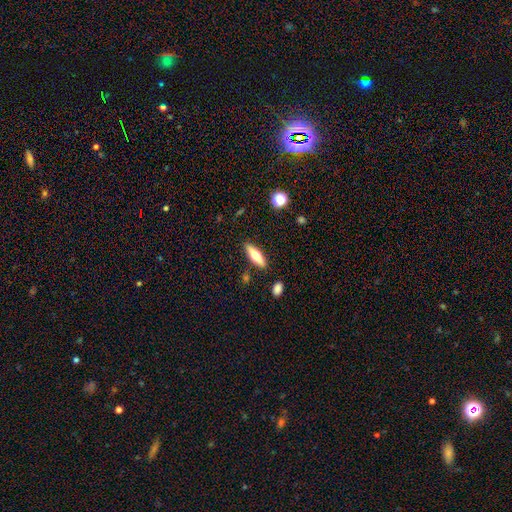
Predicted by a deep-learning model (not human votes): Smooth or featured? Predicted: smooth (p=0.58). How rounded? Predicted: cigar-shaped (p=0.59). Merging? Predicted: none (p=0.86).